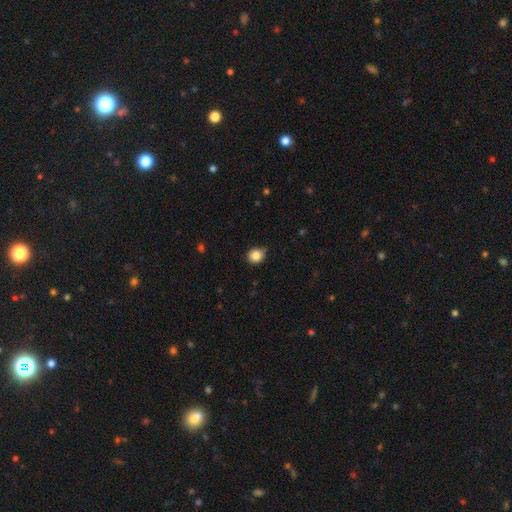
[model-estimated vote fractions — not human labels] Smooth or featured?
  - smooth: 83% *
  - star or artifact: 10%
  - featured or disk: 7%
How rounded?
  - round: 70% *
  - in between: 29%
  - cigar-shaped: 1%
Merging?
  - none: 71% *
  - minor disturbance: 25%
  - major disturbance: 3%
  - merger: 1%